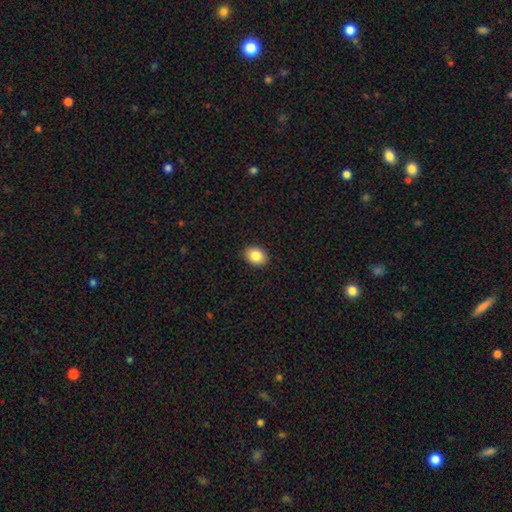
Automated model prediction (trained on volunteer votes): Smooth or featured? Predicted: smooth (p=0.85). How rounded? Predicted: in between (p=0.65). Merging? Predicted: none (p=0.90).